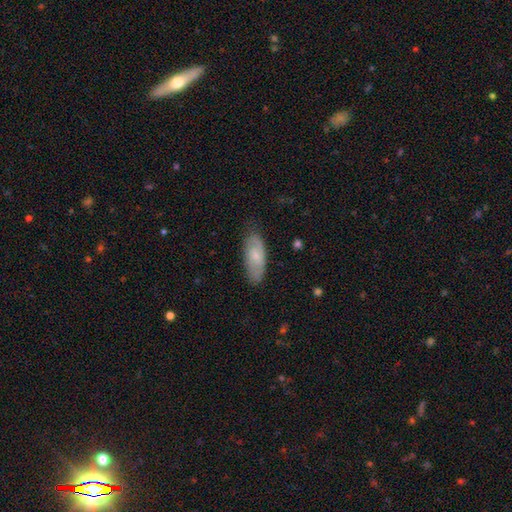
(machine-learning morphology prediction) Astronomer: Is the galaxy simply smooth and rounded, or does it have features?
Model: smooth — 56% (runner-up: featured or disk, 38%).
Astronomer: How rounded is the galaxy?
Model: in between — 79%.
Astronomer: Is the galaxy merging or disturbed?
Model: none — 74%.